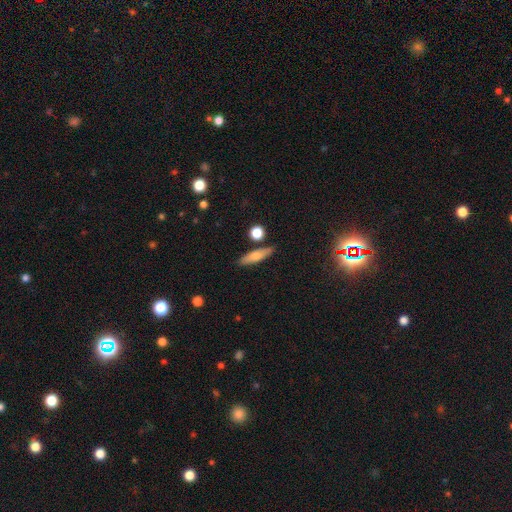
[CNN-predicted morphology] Overall: smooth (65%; featured or disk 28%). How rounded: cigar-shaped (64%; in between 32%). Merging: none (80%).